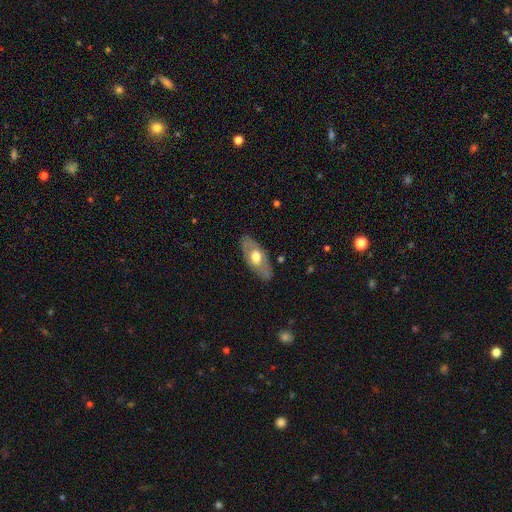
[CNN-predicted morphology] Smooth or featured? smooth (48%)
Merging? none (82%)